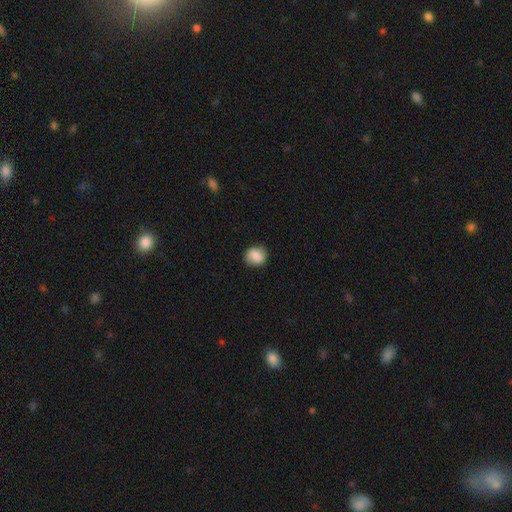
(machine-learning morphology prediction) smooth 84%, featured or disk 8%, star or artifact 8%. Down the decision tree: how rounded — round (74%); merging — none (83%).